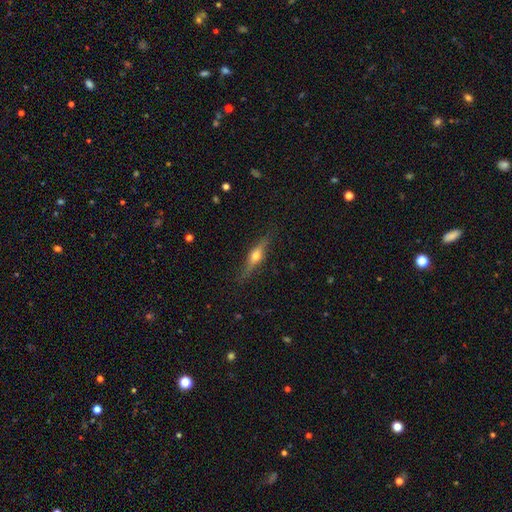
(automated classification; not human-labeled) This is possibly a featured or disk galaxy (59%). It is clearly viewed edge-on (94%). Edge-on bulge: clearly rounded (94%). Merging: clearly none (84%).